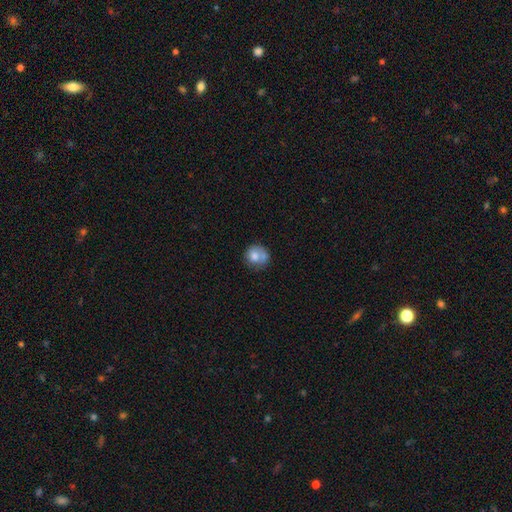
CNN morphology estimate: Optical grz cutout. It shows a smooth galaxy with no disk features (71%) that is round (79%). Merging: none (44%).